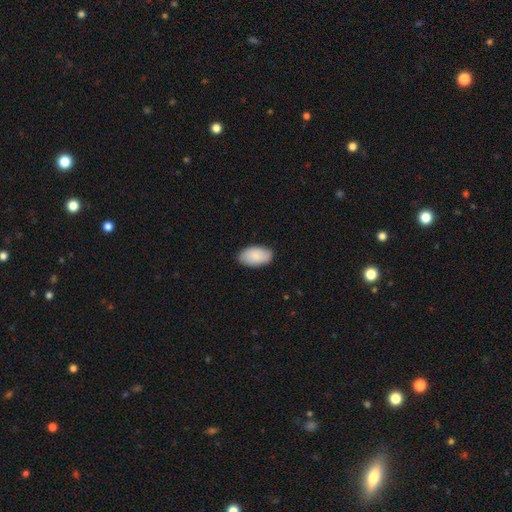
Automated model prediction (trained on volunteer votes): Smooth or featured?
  - smooth: 89% *
  - featured or disk: 6%
  - star or artifact: 5%
How rounded?
  - in between: 96% *
  - round: 3%
  - cigar-shaped: 1%
Merging?
  - none: 87% *
  - minor disturbance: 10%
  - major disturbance: 2%
  - merger: 1%